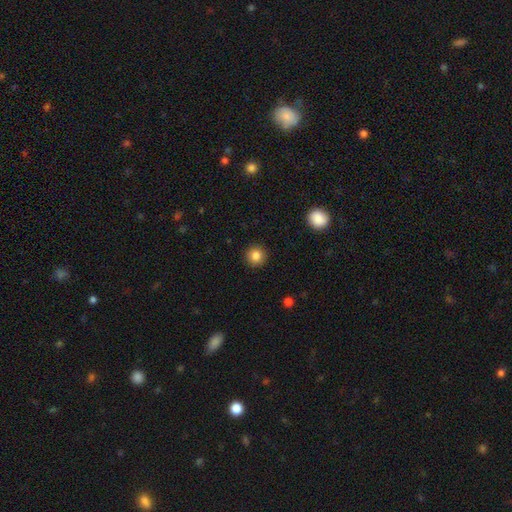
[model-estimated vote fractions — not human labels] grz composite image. It shows a smooth galaxy with no disk features (85%) that is round (95%). Merging: none (92%).